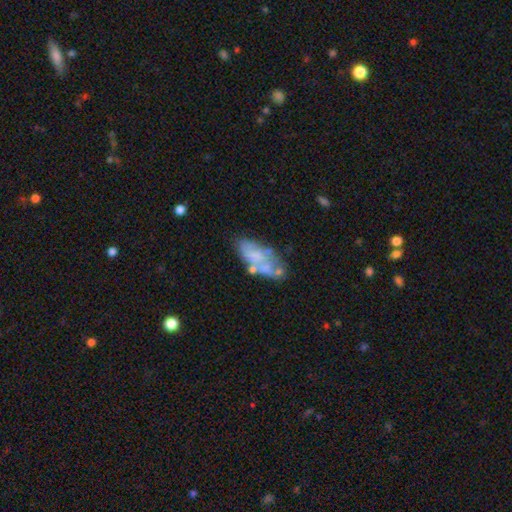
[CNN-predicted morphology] This appears to be a featured or disk galaxy (49%). Merging: none (39%).